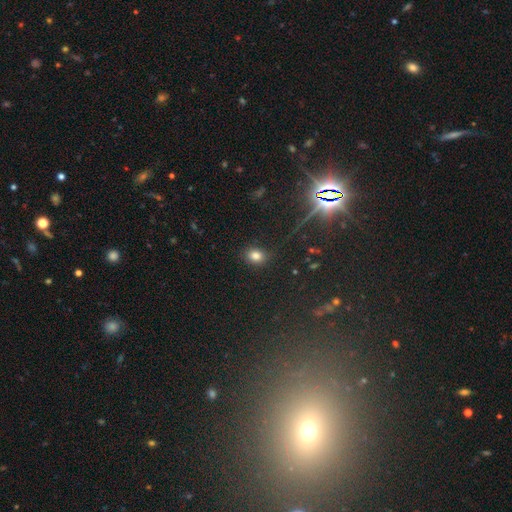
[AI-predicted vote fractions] This is likely a smooth galaxy (79%). How rounded: possibly in between (50%). Merging: clearly none (85%).